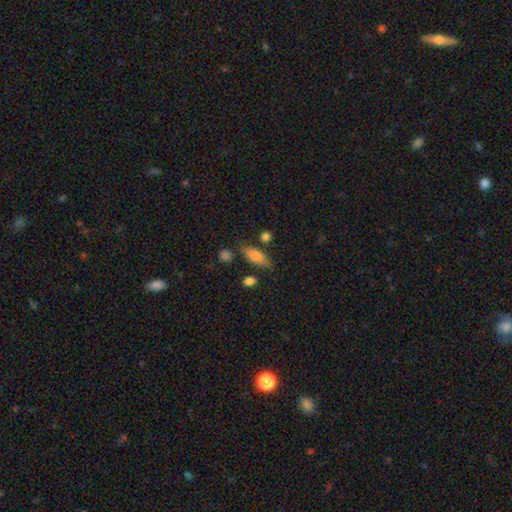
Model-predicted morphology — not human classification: Q: Smooth or featured?
A: smooth (76%); runner-up: featured or disk (16%)
Q: How rounded?
A: in between (71%); runner-up: cigar-shaped (26%)
Q: Merging?
A: none (72%); runner-up: minor disturbance (17%)